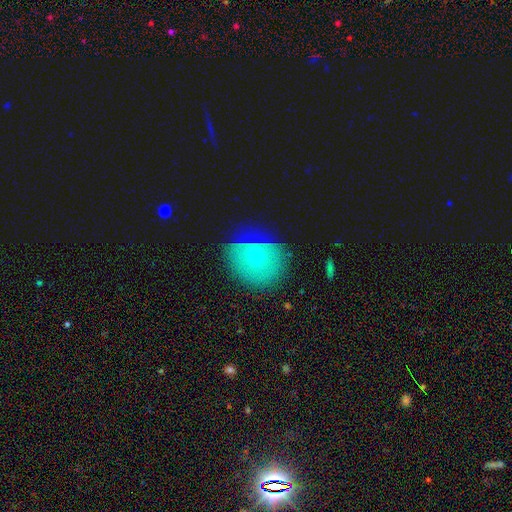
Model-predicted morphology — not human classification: Smooth or featured? smooth (53%)
How rounded? round (64%)
Merging? none (66%)